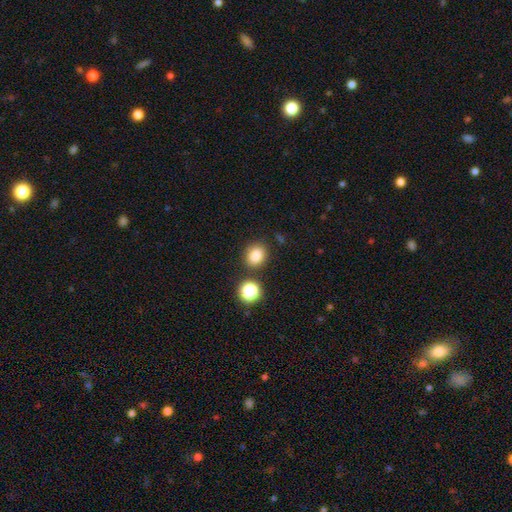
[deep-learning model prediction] Morphology: type=smooth (82%); roundness=round (64%); merging=none (81%).